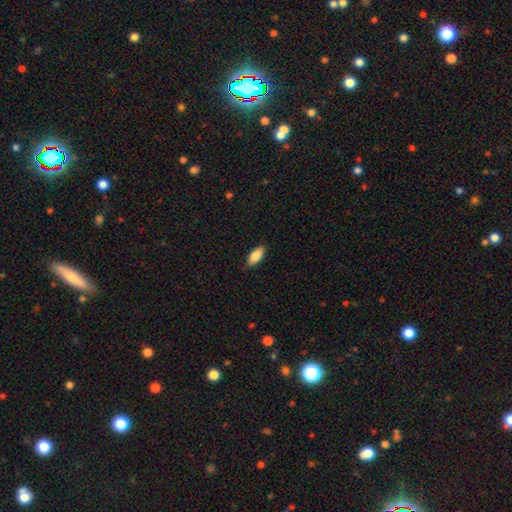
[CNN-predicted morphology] smooth 87%, featured or disk 7%, star or artifact 6%. Down the decision tree: how rounded — in between (88%); merging — none (84%).